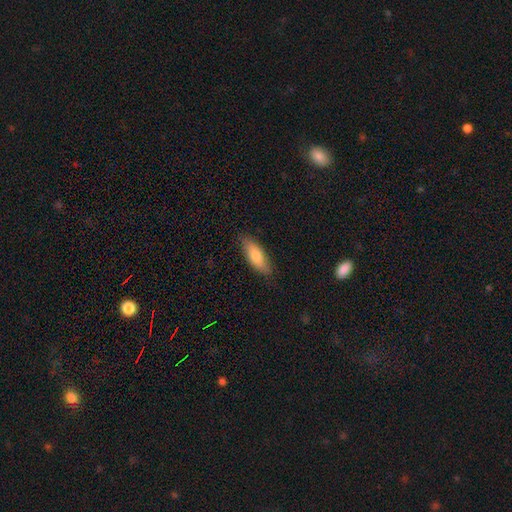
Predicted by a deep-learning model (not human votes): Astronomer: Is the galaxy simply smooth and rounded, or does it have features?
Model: smooth — 77%.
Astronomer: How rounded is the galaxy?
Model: in between — 58% (runner-up: cigar-shaped, 40%).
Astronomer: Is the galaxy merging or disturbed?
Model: none — 84%.